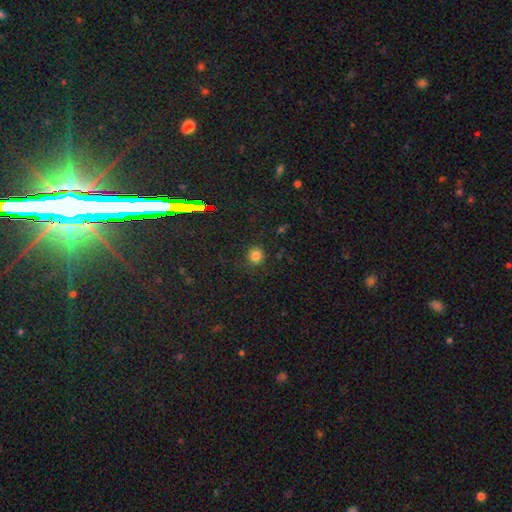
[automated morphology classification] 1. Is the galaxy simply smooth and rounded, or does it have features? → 80% smooth, 15% star or artifact, 5% featured or disk.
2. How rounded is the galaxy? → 92% round, 7% in between, 1% cigar-shaped.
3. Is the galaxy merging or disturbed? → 87% none, 8% minor disturbance, 3% major disturbance, 1% merger.